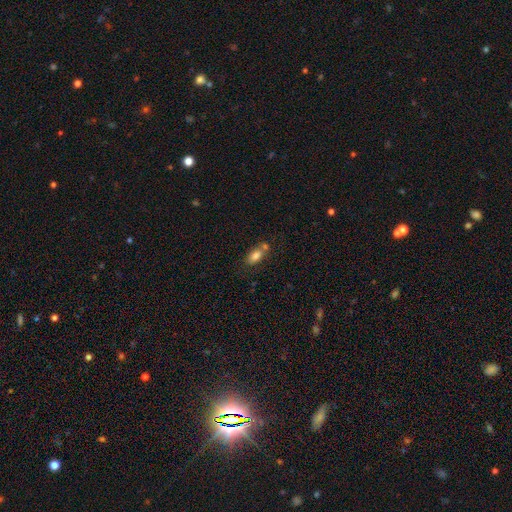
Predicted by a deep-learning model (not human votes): This is likely a smooth galaxy (80%). How rounded: clearly in between (86%). Merging: possibly none (48%).